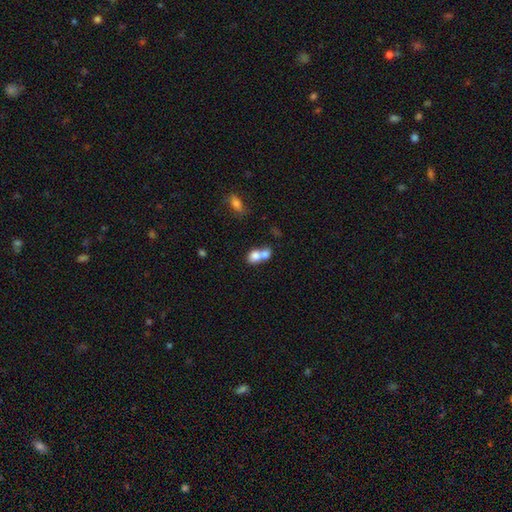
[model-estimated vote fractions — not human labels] Smooth or featured: smooth — 76% (featured or disk — 15%)
How rounded: in between — 49% (tied with round — 49%)
Merging: merger — 68% (none — 22%)